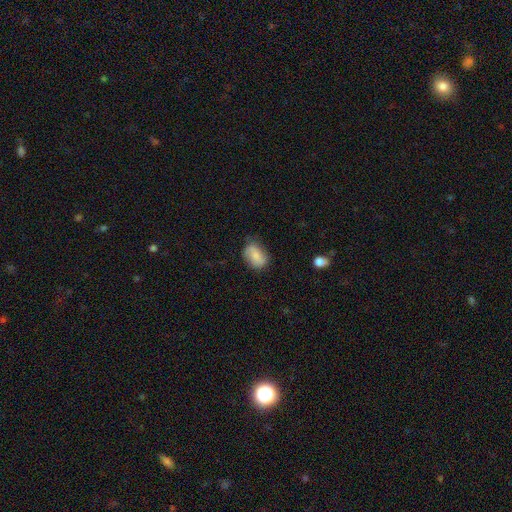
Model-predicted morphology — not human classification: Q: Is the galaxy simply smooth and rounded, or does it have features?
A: smooth — 73%.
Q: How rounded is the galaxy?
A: in between — 82%.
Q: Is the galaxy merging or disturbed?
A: none — 67%.